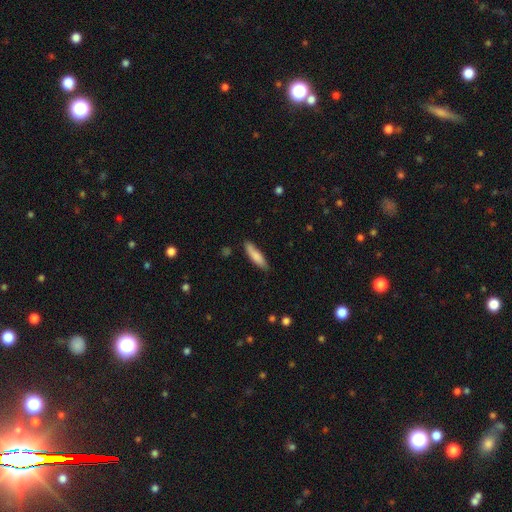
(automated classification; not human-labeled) smooth 79%, featured or disk 15%, star or artifact 6%. Down the decision tree: how rounded — cigar-shaped (72%); merging — none (79%).